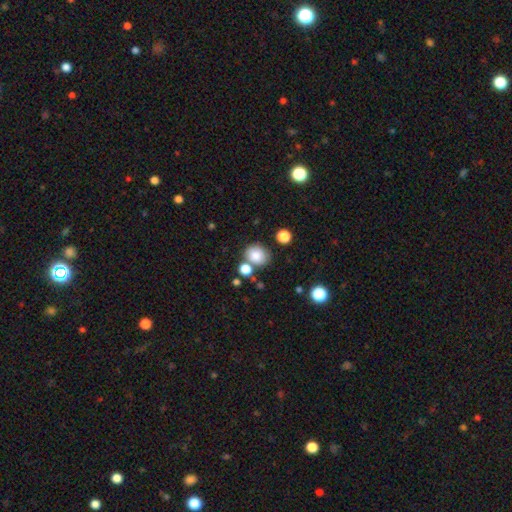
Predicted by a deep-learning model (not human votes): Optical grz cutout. It shows a smooth galaxy with no disk features (83%) that is round (69%). Merging: none (66%).